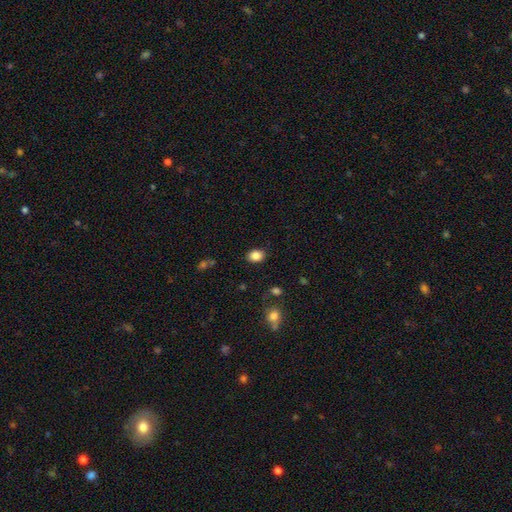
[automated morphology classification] Overall: smooth (86%). How rounded: in between (69%; round 30%). Merging: none (86%).